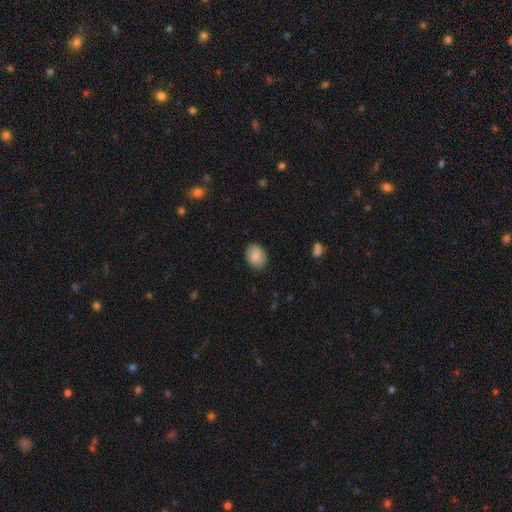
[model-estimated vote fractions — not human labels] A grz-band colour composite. It shows a smooth galaxy with no disk features (87%) that is in between round and cigar-shaped (69%). Merging: none (84%).